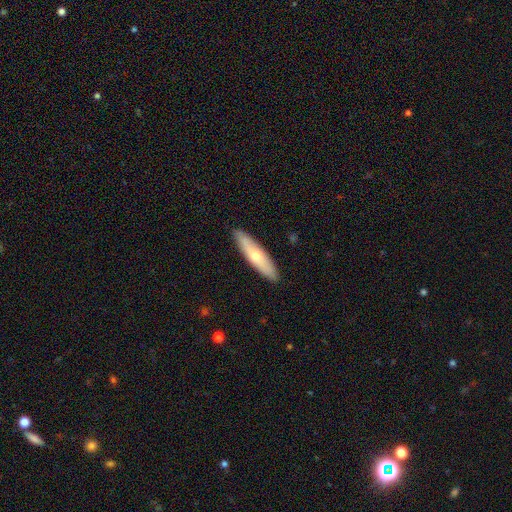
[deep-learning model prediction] Morphology: type=smooth (57%); roundness=cigar-shaped (75%); merging=none (90%).